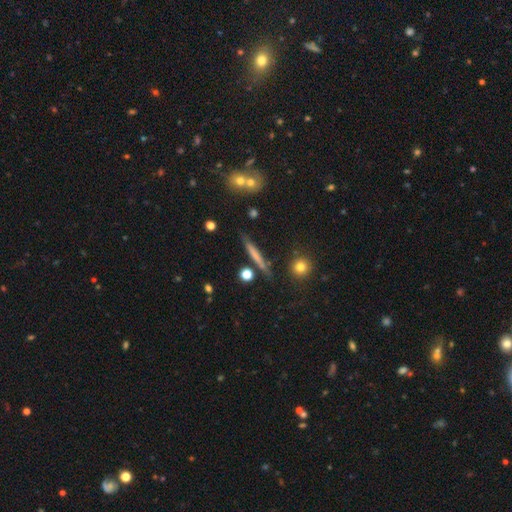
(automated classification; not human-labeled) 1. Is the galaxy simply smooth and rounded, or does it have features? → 56% smooth, 36% featured or disk, 8% star or artifact.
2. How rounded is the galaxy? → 92% cigar-shaped, 5% in between, 3% round.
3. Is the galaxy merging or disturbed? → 81% none, 12% minor disturbance, 4% merger, 3% major disturbance.